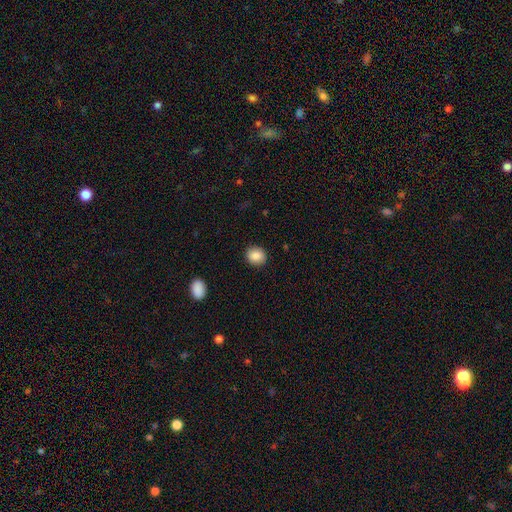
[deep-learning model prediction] Morphology: type=smooth (87%); roundness=round (67%); merging=none (90%).